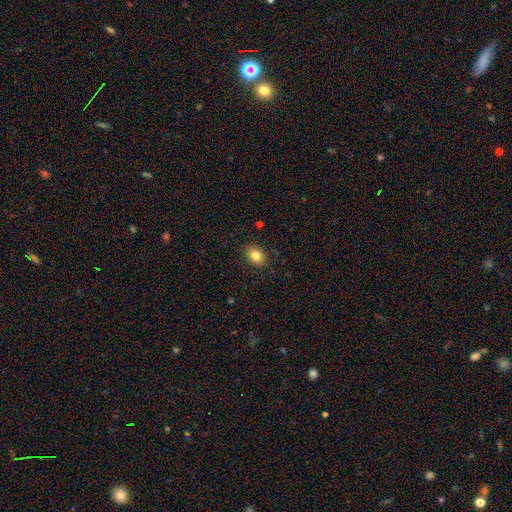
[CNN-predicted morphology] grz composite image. It shows a smooth galaxy with no disk features (83%) that is in between round and cigar-shaped (60%). Merging: none (88%).